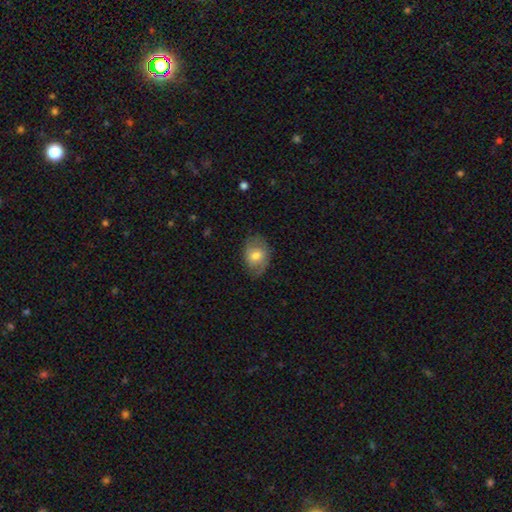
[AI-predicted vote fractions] The model was most divided on "smooth or featured": smooth: 62%, featured or disk: 31%, star or artifact: 7%. More confident: how rounded — in between (70%); merging — none (70%).